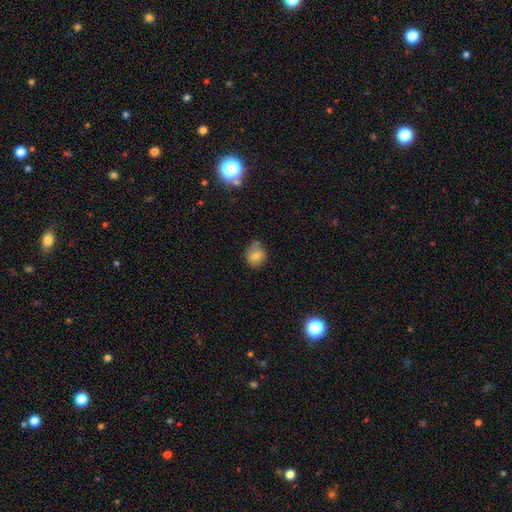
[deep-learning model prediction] smooth 78%, star or artifact 11%, featured or disk 11%. Down the decision tree: how rounded — round (70%); merging — none (61%).